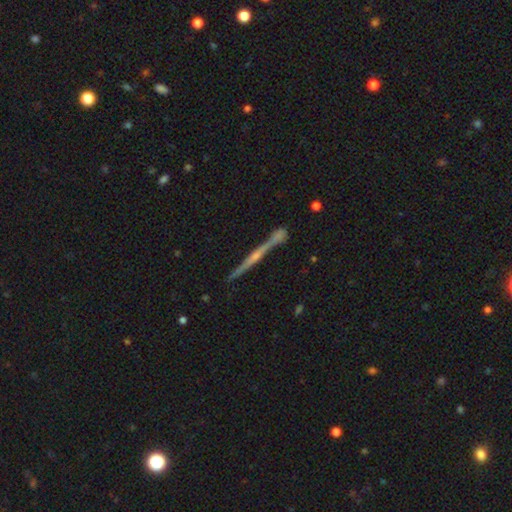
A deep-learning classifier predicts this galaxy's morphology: Smooth or featured?
  - featured or disk: 77% *
  - smooth: 16%
  - star or artifact: 7%
Edge-on disk?
  - yes: 98% *
  - no: 2%
Edge-on bulge?
  - rounded: 66% *
  - none: 25%
  - boxy: 9%
Merging?
  - none: 81% *
  - minor disturbance: 10%
  - merger: 6%
  - major disturbance: 3%